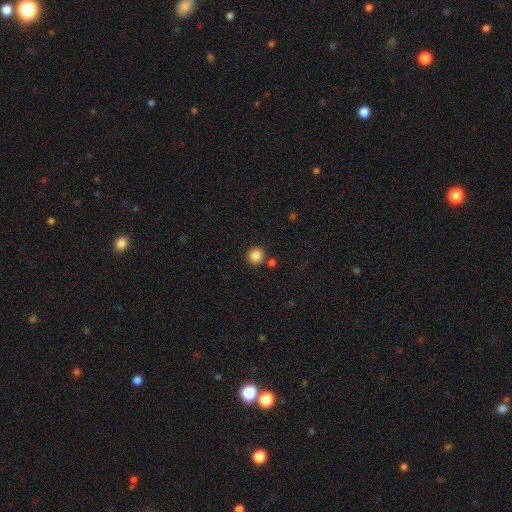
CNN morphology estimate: Smooth or featured?
  - smooth: 87% *
  - star or artifact: 10%
  - featured or disk: 3%
How rounded?
  - round: 94% *
  - in between: 5%
  - cigar-shaped: 1%
Merging?
  - none: 83% *
  - merger: 8%
  - minor disturbance: 7%
  - major disturbance: 2%